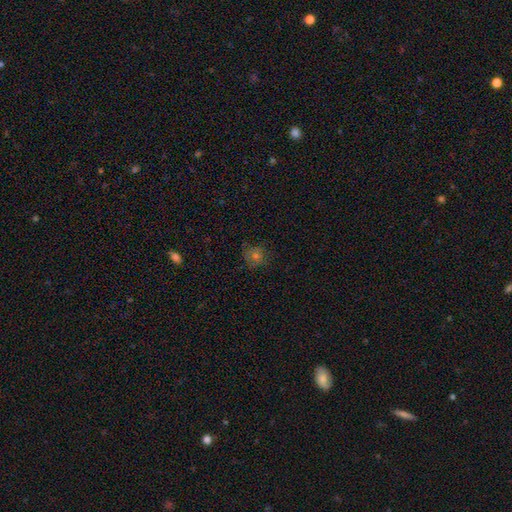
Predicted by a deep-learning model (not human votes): smooth_or_featured: smooth (p=0.55) [alt: star or artifact p=0.24]
how_rounded: round (p=0.86) [alt: in between p=0.12]
merging: none (p=0.78) [alt: minor disturbance p=0.15]